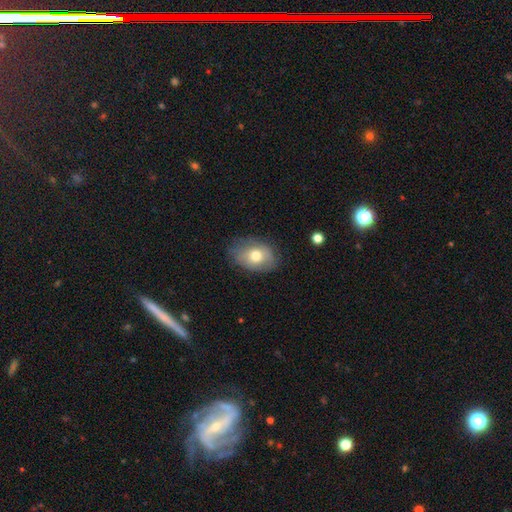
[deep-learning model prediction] Smooth or featured? Predicted: smooth (p=0.70). How rounded? Predicted: in between (p=0.79). Merging? Predicted: none (p=0.66).